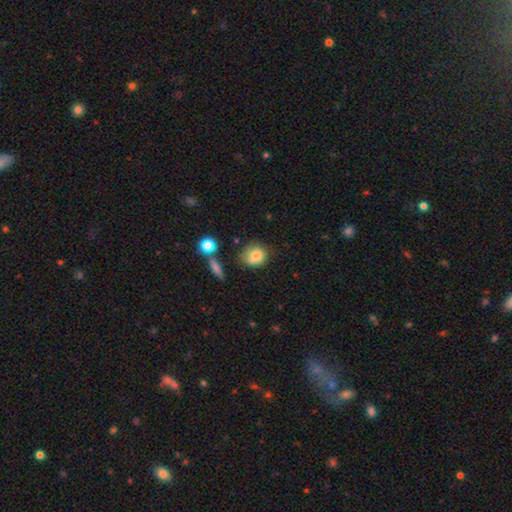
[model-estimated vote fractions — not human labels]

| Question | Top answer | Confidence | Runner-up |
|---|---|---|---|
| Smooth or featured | smooth | 80% | featured or disk (11%) |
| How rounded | round | 75% | in between (24%) |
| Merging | none | 59% | minor disturbance (25%) |